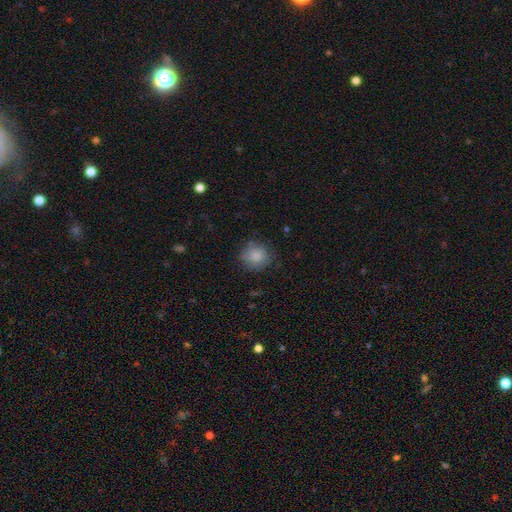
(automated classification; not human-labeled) smooth 83%, star or artifact 9%, featured or disk 8%. Down the decision tree: how rounded — round (84%); merging — none (78%).